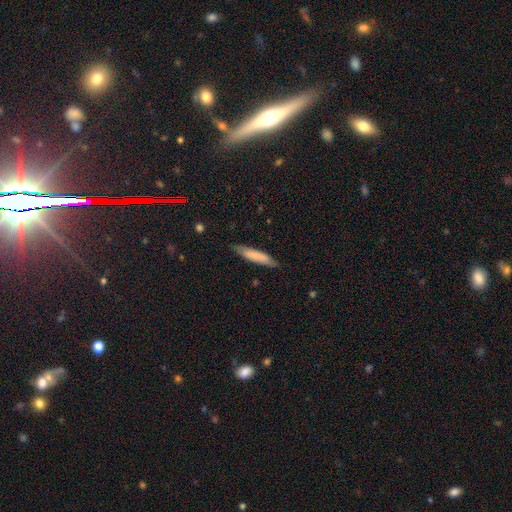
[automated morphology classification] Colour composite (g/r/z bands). It shows a smooth galaxy with no disk features (75%) that is cigar-shaped (85%). Merging: none (83%).